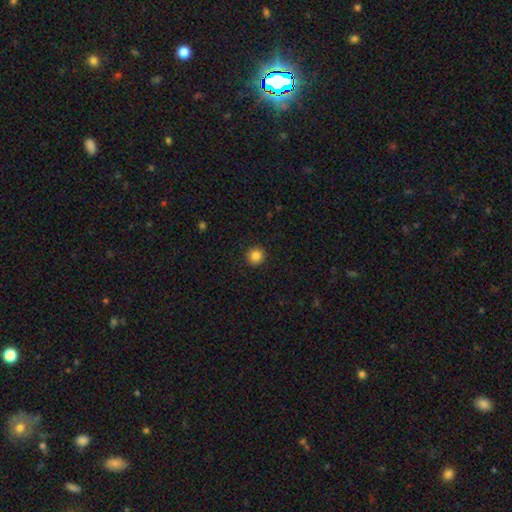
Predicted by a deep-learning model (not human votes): Overall: smooth (85%). How rounded: round (94%). Merging: none (93%).